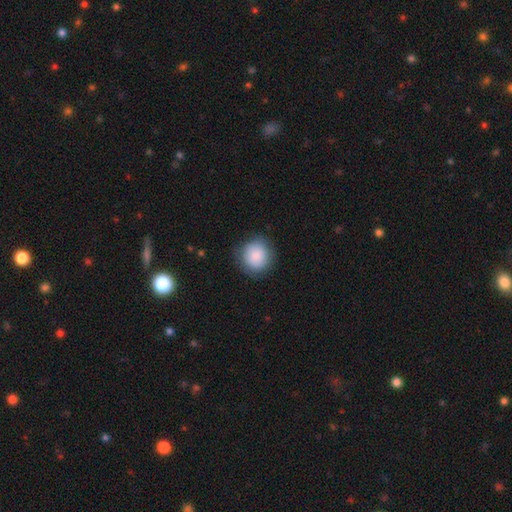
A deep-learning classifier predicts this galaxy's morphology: smooth-or-featured: smooth: 86% | featured or disk: 7% | star or artifact: 7%
  how-rounded: round: 90% | in between: 9% | cigar-shaped: 1%
  merging: none: 84% | minor disturbance: 11% | major disturbance: 3% | merger: 1%